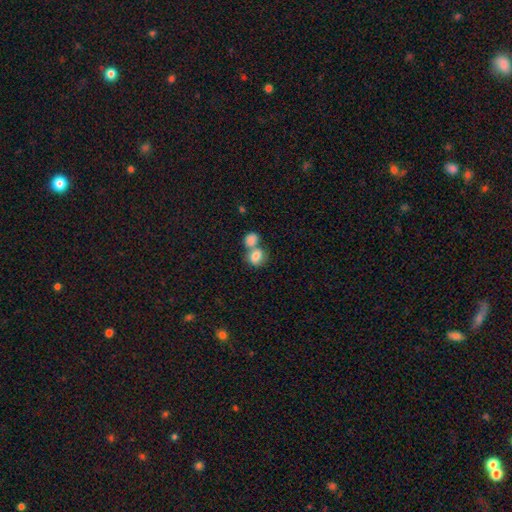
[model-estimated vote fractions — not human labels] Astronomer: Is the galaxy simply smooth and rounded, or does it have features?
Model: smooth — 80%.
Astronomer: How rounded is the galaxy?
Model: round — 54% (runner-up: in between, 45%).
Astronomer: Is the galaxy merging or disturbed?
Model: merger — 58%.